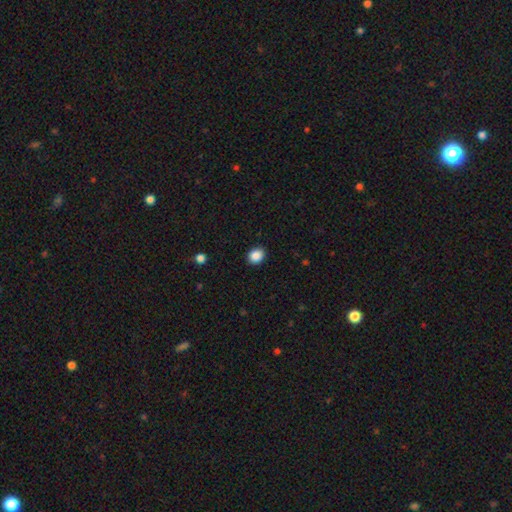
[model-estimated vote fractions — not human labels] Smooth or featured? Predicted: smooth (p=0.88). How rounded? Predicted: round (p=0.65). Merging? Predicted: none (p=0.91).